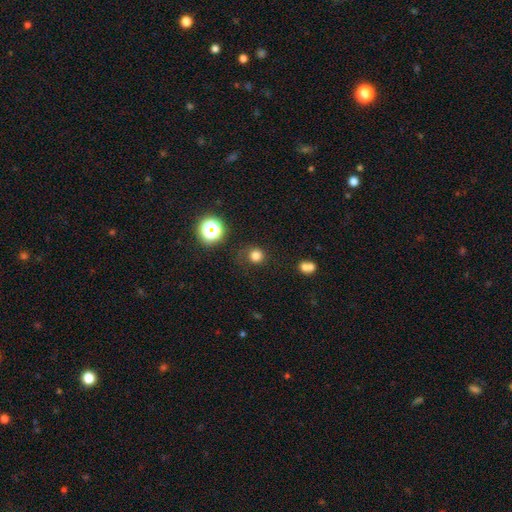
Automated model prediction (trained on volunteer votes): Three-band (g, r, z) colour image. It shows a smooth galaxy with no disk features (77%) that is round (91%). Merging: none (75%).